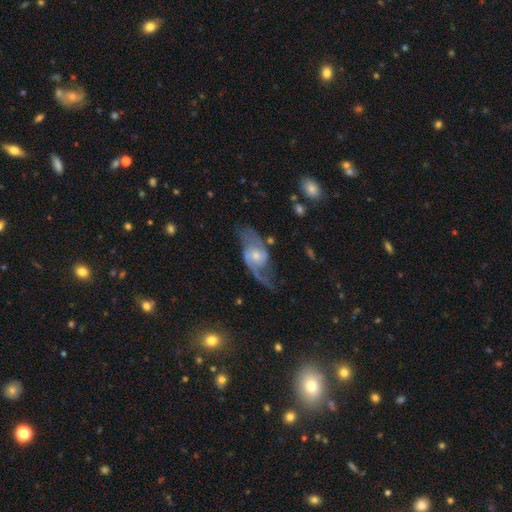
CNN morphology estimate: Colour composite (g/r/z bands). It shows a featured or disk galaxy (85%) with no bar (62%), 2 (87%) loose (46%) spiral arms (95%) and a small central bulge (48%). Merging: none (59%).